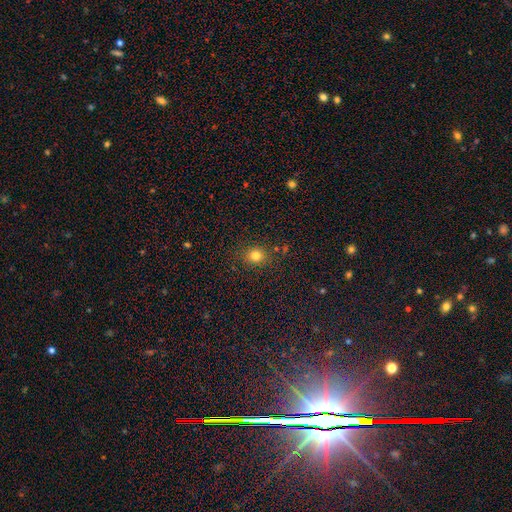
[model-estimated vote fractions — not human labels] smooth-or-featured: smooth: 80% | star or artifact: 14% | featured or disk: 6%
  how-rounded: round: 79% | in between: 20% | cigar-shaped: 1%
  merging: none: 87% | minor disturbance: 8% | major disturbance: 3% | merger: 2%